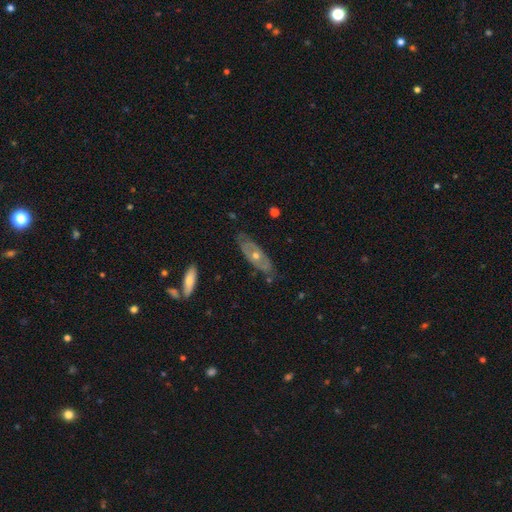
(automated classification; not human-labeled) A featured or disk galaxy (70%) with no bar (84%), no spiral arms (56%) and a moderate central bulge (59%). Merging: none (74%).